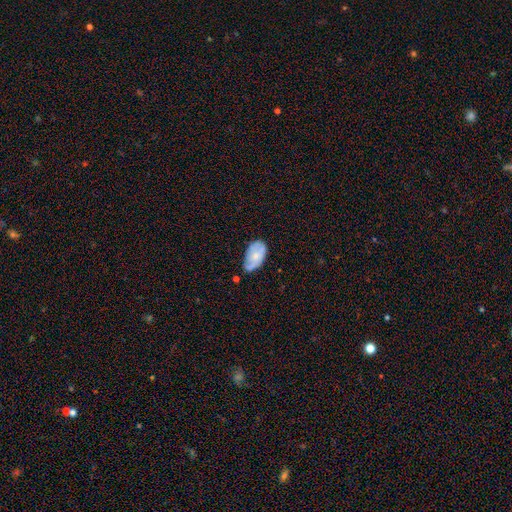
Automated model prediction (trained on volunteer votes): smooth 54%, featured or disk 39%, star or artifact 7%. Down the decision tree: how rounded — in between (93%); merging — none (46%).